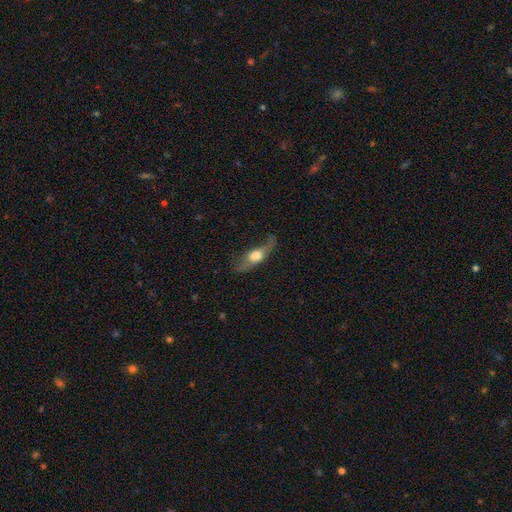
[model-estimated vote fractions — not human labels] This appears to be a smooth galaxy with no disk features (51%) that is in between round and cigar-shaped (56%). Merging: none (40%).